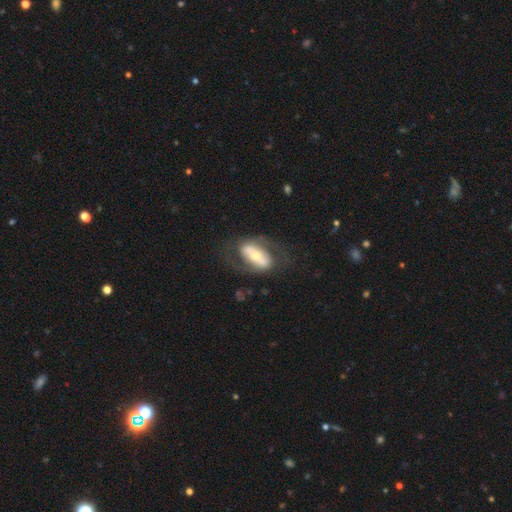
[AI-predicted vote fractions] This appears to be a featured or disk galaxy (66%) with a strong bar (51%), spiral arms (56%) and a moderate central bulge (58%). Merging: none (65%).